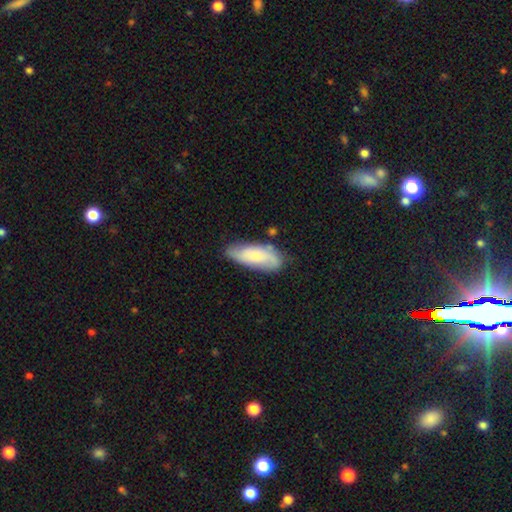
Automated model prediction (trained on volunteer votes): A smooth galaxy with no disk features (57%) that is in between round and cigar-shaped (76%). Merging: none (66%).